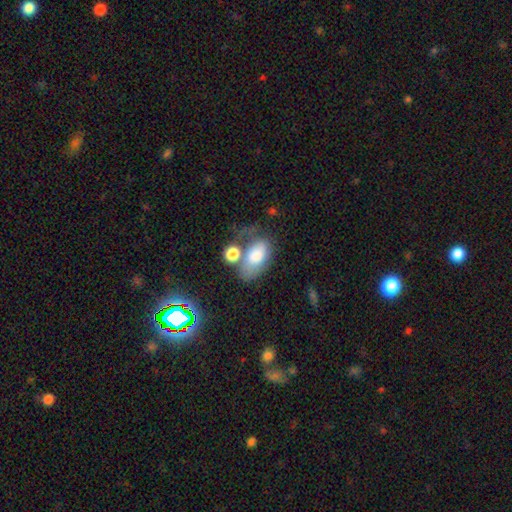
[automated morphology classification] Smooth or featured? Predicted: smooth (p=0.72). How rounded? Predicted: in between (p=0.92). Merging? Predicted: none (p=0.35).